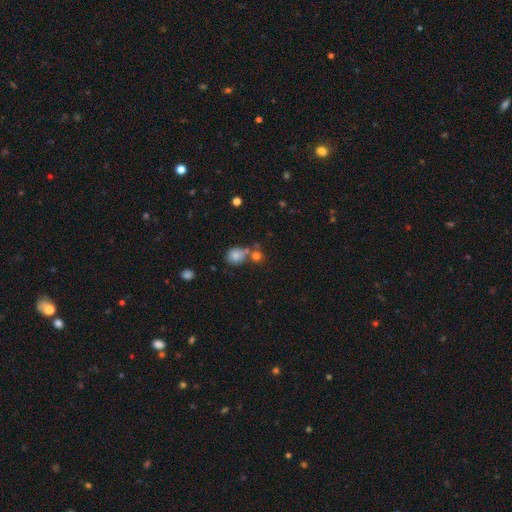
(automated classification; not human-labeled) This is likely a smooth galaxy (66%). How rounded: likely round (79%). Merging: possibly none (56%).